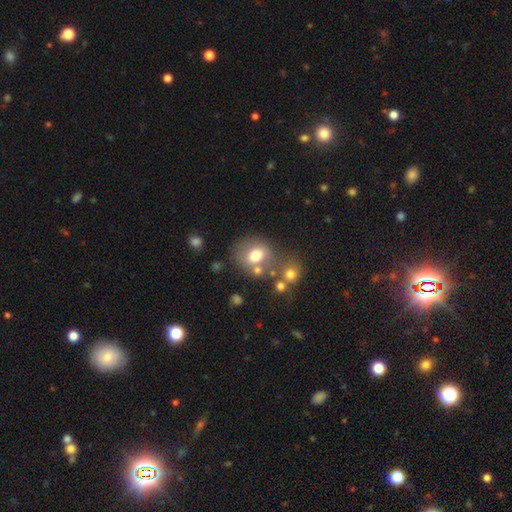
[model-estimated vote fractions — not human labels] smooth_or_featured: smooth (p=0.70) [alt: featured or disk p=0.18]
how_rounded: round (p=0.69) [alt: in between p=0.30]
merging: none (p=0.54) [alt: merger p=0.23]